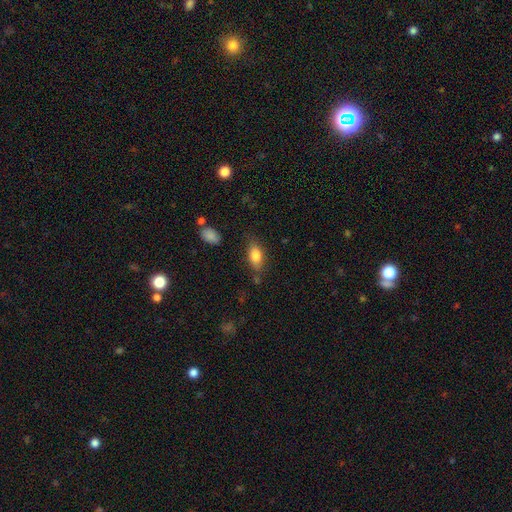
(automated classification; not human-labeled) This appears to be a smooth galaxy with no disk features (80%) that is in between round and cigar-shaped (86%). Merging: none (72%).